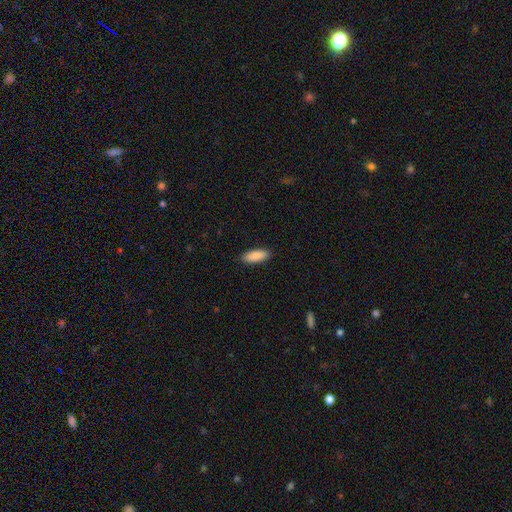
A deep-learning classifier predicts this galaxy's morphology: This is clearly a smooth galaxy (89%). How rounded: likely in between (69%). Merging: clearly none (90%).